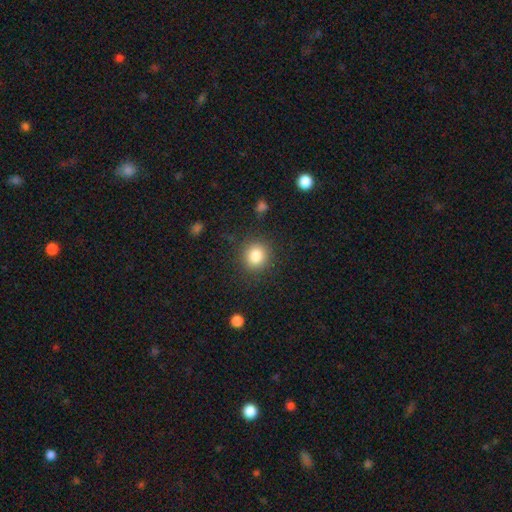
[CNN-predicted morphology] Overall: smooth (84%). How rounded: round (85%). Merging: none (87%).